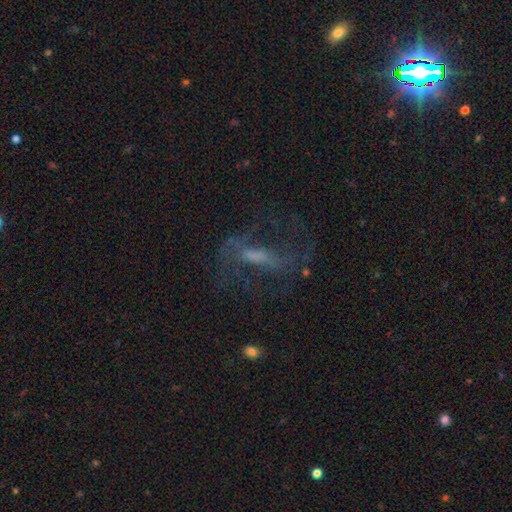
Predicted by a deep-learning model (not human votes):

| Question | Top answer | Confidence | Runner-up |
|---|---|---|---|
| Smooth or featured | featured or disk | 74% | star or artifact (13%) |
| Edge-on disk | no | 92% | yes (8%) |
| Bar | weak | 42% | strong (38%) |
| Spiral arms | yes | 83% | no (17%) |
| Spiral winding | loose | 51% | medium (39%) |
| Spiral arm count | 2 | 81% | can't tell (9%) |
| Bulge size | small | 34% | tied: moderate (34%) |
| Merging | none | 59% | major disturbance (24%) |